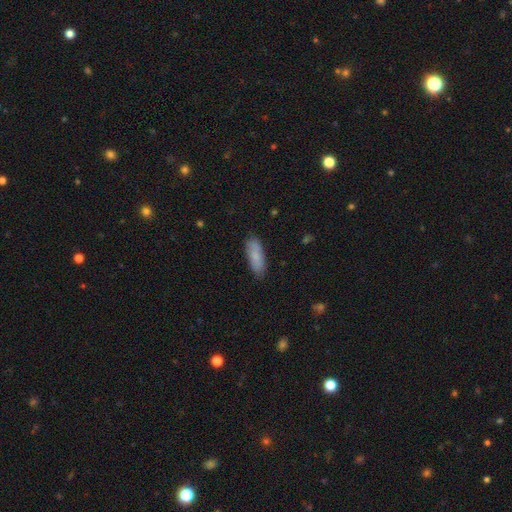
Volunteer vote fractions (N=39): Smooth or featured: smooth — 85% (featured or disk — 8%)
How rounded: in between — 52% (cigar-shaped — 45%)
Merging: none — 86% (minor disturbance — 8%)